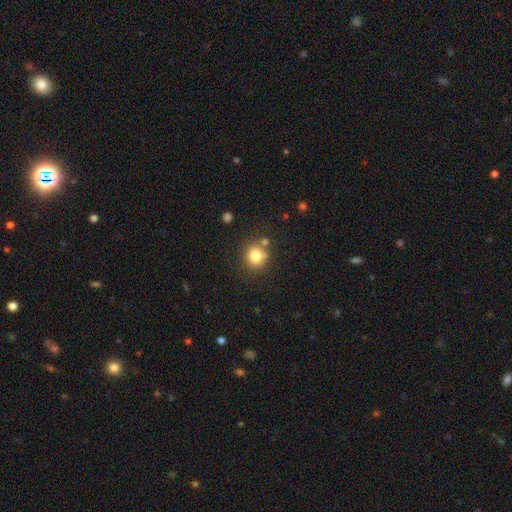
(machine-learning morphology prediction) smooth-or-featured: smooth: 80% | star or artifact: 12% | featured or disk: 8%
  how-rounded: round: 84% | in between: 15% | cigar-shaped: 1%
  merging: none: 71% | merger: 13% | minor disturbance: 12% | major disturbance: 4%